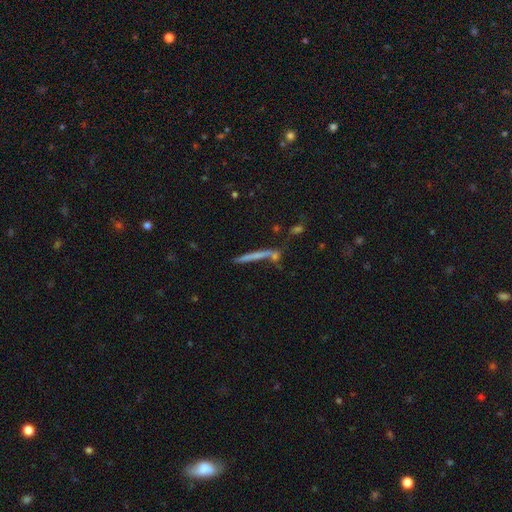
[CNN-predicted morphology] type=smooth (47%); merging=none (65%).